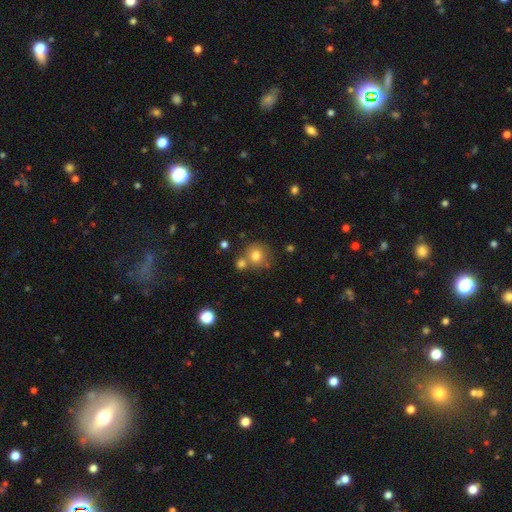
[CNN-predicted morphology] This is likely a smooth galaxy (78%). How rounded: clearly round (87%). Merging: possibly none (59%).